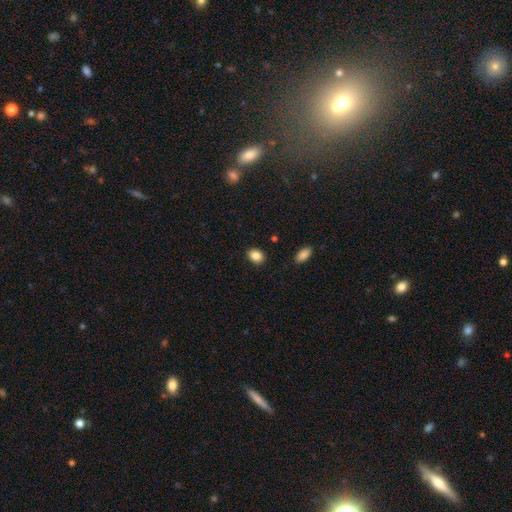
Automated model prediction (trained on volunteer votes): Smooth or featured?
  - smooth: 86% *
  - star or artifact: 9%
  - featured or disk: 5%
How rounded?
  - in between: 62% *
  - round: 37%
  - cigar-shaped: 1%
Merging?
  - none: 89% *
  - minor disturbance: 8%
  - major disturbance: 2%
  - merger: 1%